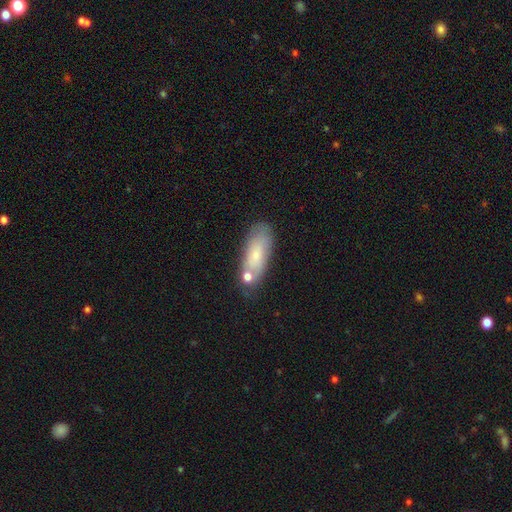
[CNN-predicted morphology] This is likely a smooth galaxy (68%). How rounded: likely in between (72%). Merging: likely none (60%).